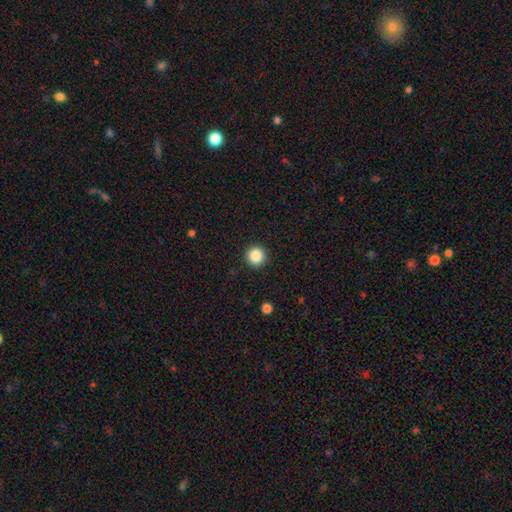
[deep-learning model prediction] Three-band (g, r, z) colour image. It shows a smooth galaxy with no disk features (86%) that is round (96%). Merging: none (92%).